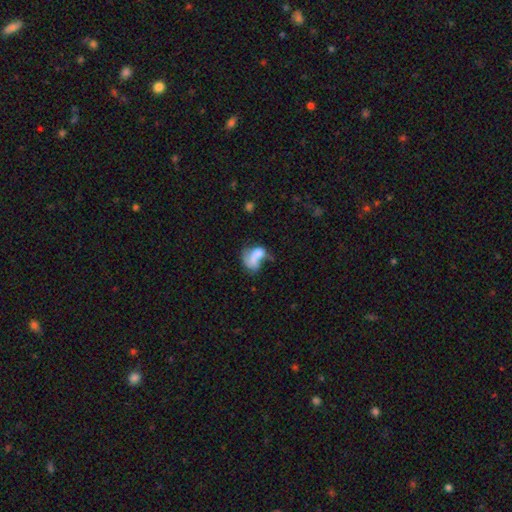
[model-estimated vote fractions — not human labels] Overall: smooth (55%; featured or disk 34%). How rounded: in between (75%). Merging: merger (40%; major disturbance 28%).